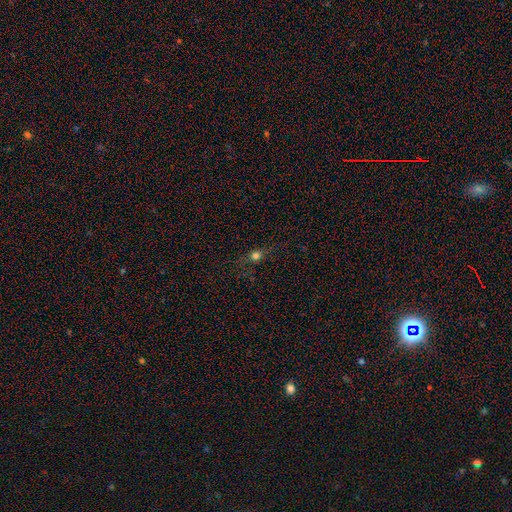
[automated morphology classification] Smooth or featured? smooth (53%)
How rounded? round (71%)
Merging? none (76%)